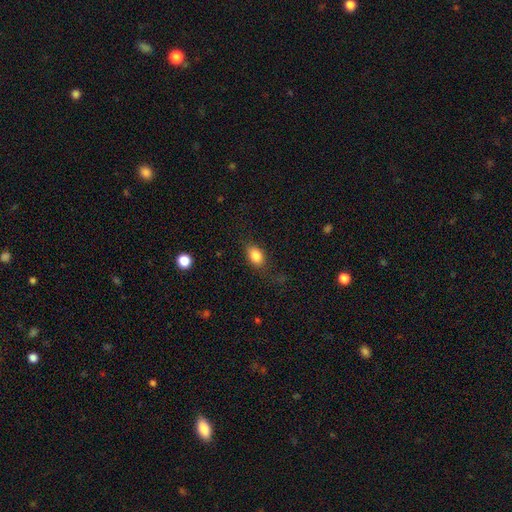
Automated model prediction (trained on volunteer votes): A smooth galaxy with no disk features (83%) that is in between round and cigar-shaped (79%).

Vote fractions:
- Smooth or featured? smooth: 83% / star or artifact: 9% / featured or disk: 8%
- How rounded? in between: 79% / round: 18% / cigar-shaped: 2%
- Merging? none: 71% / minor disturbance: 18% / major disturbance: 10% / merger: 2%